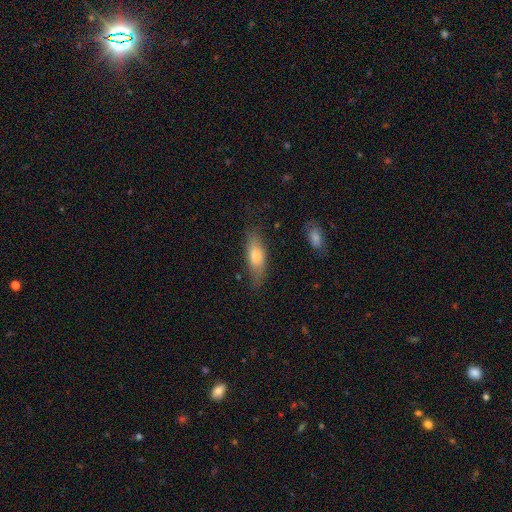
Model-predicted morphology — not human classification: Smooth or featured? Predicted: smooth (p=0.65). How rounded? Predicted: in between (p=0.55). Merging? Predicted: none (p=0.73).